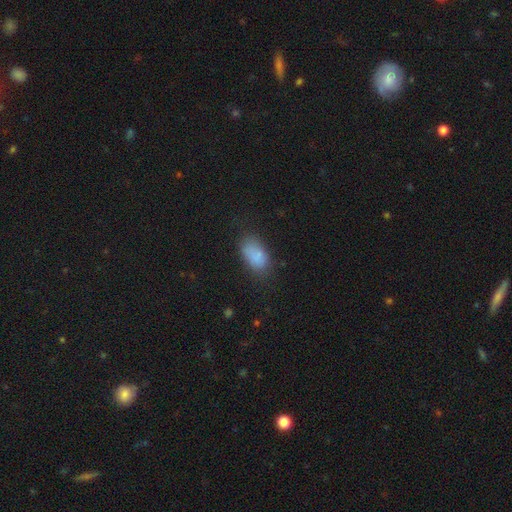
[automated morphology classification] smooth-or-featured: smooth: 78% | featured or disk: 12% | star or artifact: 10%
  how-rounded: in between: 90% | round: 7% | cigar-shaped: 3%
  merging: none: 58% | minor disturbance: 24% | major disturbance: 10% | merger: 8%